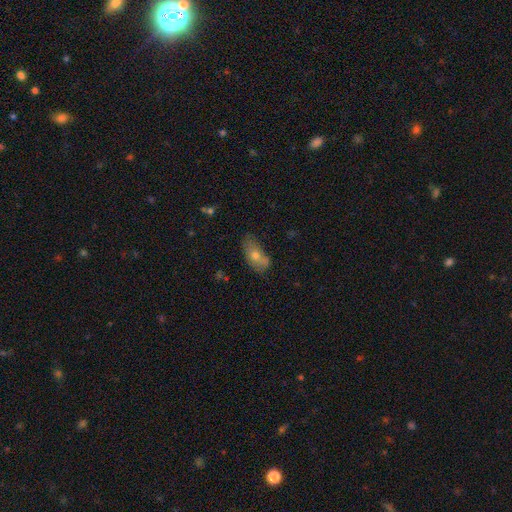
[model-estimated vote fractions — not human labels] Q: Smooth or featured?
A: smooth (65%); runner-up: featured or disk (26%)
Q: How rounded?
A: in between (87%); runner-up: cigar-shaped (7%)
Q: Merging?
A: none (48%); runner-up: minor disturbance (31%)